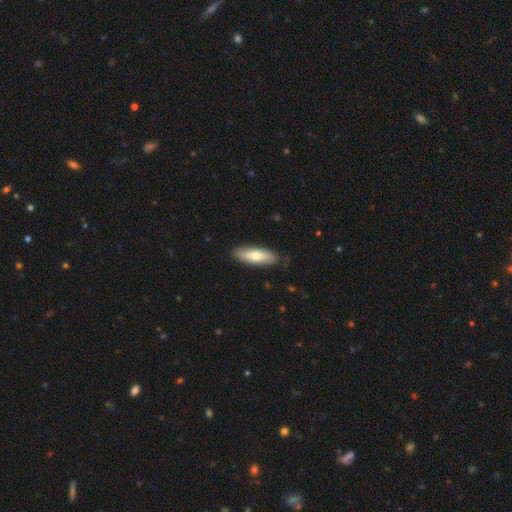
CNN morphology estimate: A smooth galaxy with no disk features (66%) that is in between round and cigar-shaped (55%). Merging: none (86%).